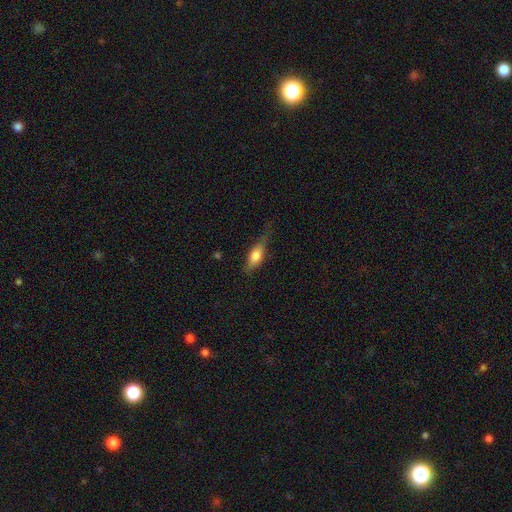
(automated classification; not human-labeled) Overall: smooth (69%). How rounded: in between (68%; cigar-shaped 28%). Merging: none (58%; minor disturbance 30%).